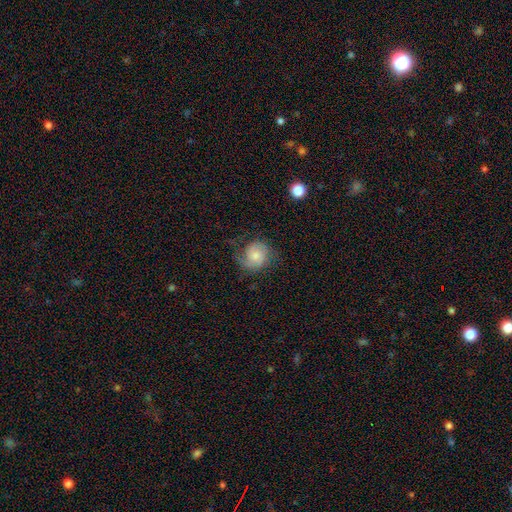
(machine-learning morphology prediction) Smooth or featured? featured or disk (57%)
Edge-on disk? no (98%)
Bar? no (67%)
Spiral arms? yes (91%)
Spiral winding? medium (43%)
Spiral arm count? 2 (70%)
Bulge size? moderate (43%)
Merging? none (59%)